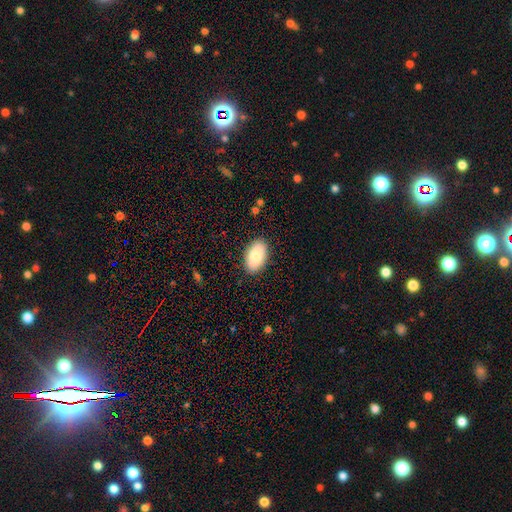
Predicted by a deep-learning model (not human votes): Q: Smooth or featured?
A: smooth (87%); runner-up: featured or disk (8%)
Q: How rounded?
A: in between (95%); runner-up: round (4%)
Q: Merging?
A: none (88%); runner-up: minor disturbance (9%)